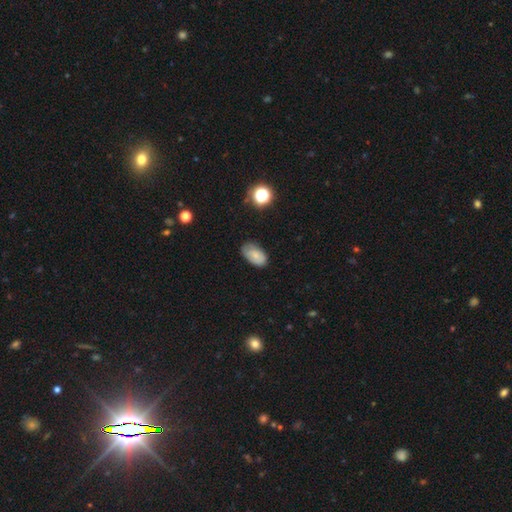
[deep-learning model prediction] Smooth or featured? smooth (74%)
How rounded? in between (92%)
Merging? none (74%)